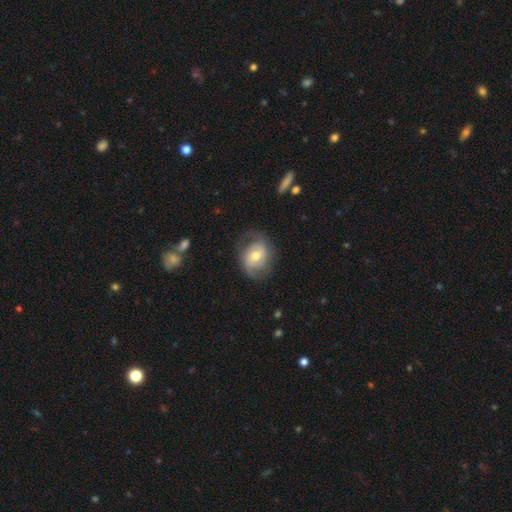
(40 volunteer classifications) A featured or disk galaxy (70%) with no bar (46%), 2 (100%) medium (39%, tied with loose) spiral arms (82%) and a moderate central bulge (82%). Merging: none (73%).